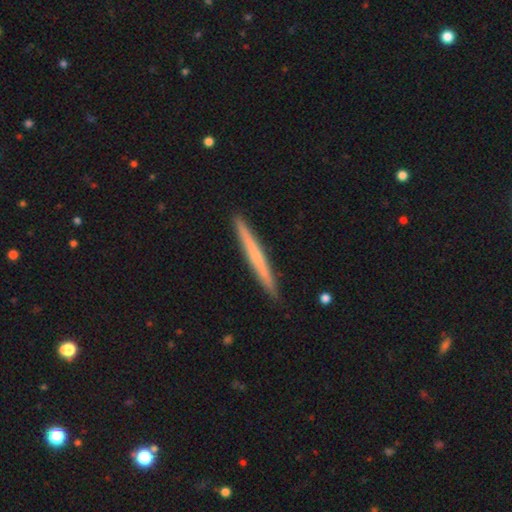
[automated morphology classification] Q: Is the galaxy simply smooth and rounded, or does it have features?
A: smooth — 48%.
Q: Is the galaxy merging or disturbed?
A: none — 93%.